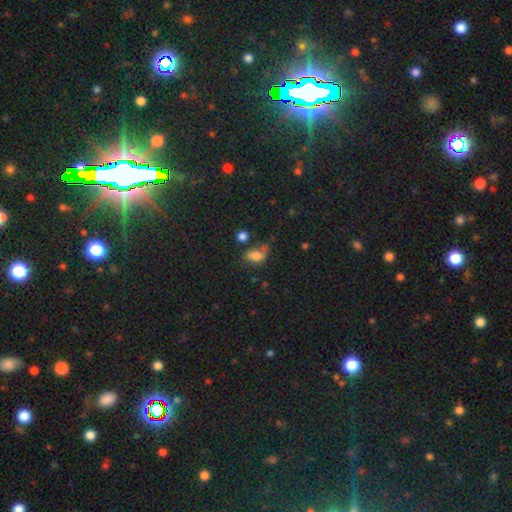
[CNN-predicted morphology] type=smooth (67%); roundness=in between (84%); merging=none (37%).